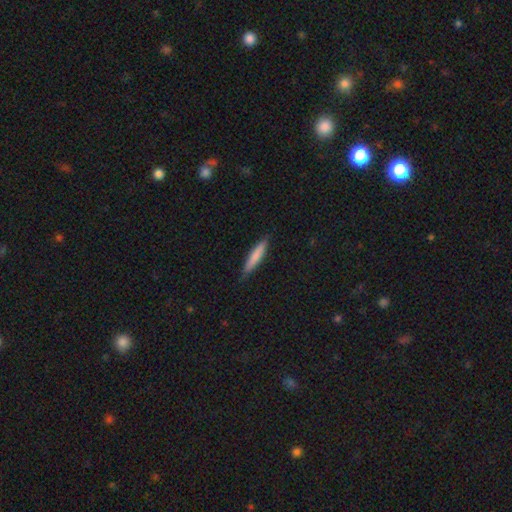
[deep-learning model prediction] Smooth or featured?
  - smooth: 77% *
  - featured or disk: 18%
  - star or artifact: 5%
How rounded?
  - cigar-shaped: 89% *
  - in between: 9%
  - round: 1%
Merging?
  - none: 86% *
  - minor disturbance: 12%
  - major disturbance: 2%
  - merger: 1%